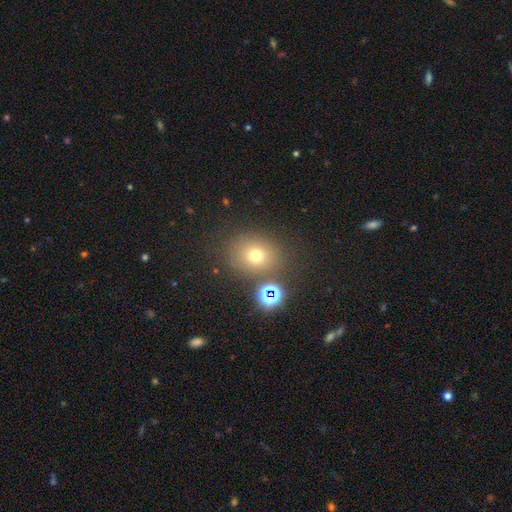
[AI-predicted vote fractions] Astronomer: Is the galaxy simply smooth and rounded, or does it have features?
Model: smooth — 69%.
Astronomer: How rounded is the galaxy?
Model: round — 65%.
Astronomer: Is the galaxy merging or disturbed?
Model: none — 76%.